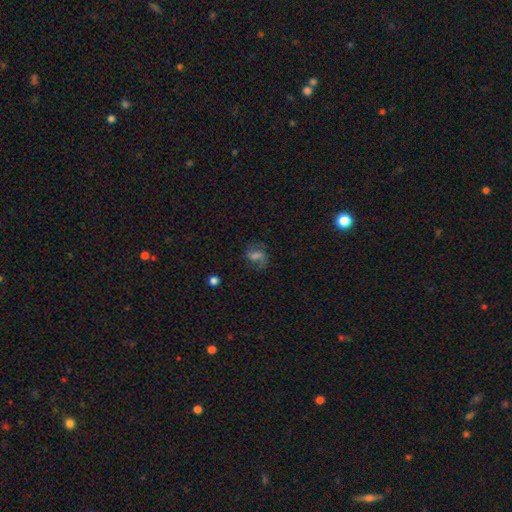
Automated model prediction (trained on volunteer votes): Overall: featured or disk (56%; smooth 30%). Edge-on disk: no (97%). Bar: weak (48%; no 31%). Spiral arms: yes (87%). Bulge size: moderate (29%; small 28%). Merging: none (61%).